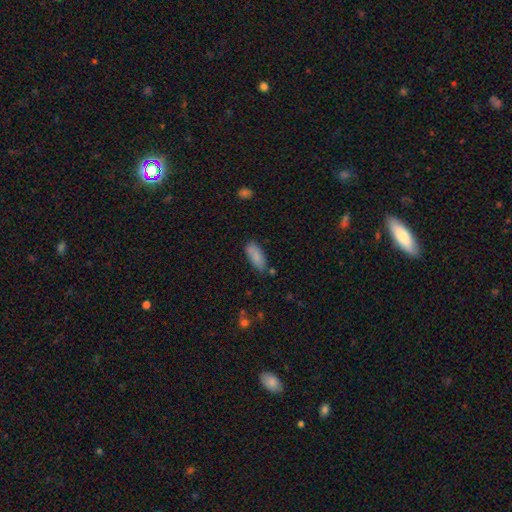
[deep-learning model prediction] Smooth or featured? Predicted: smooth (p=0.83). How rounded? Predicted: in between (p=0.80). Merging? Predicted: none (p=0.68).